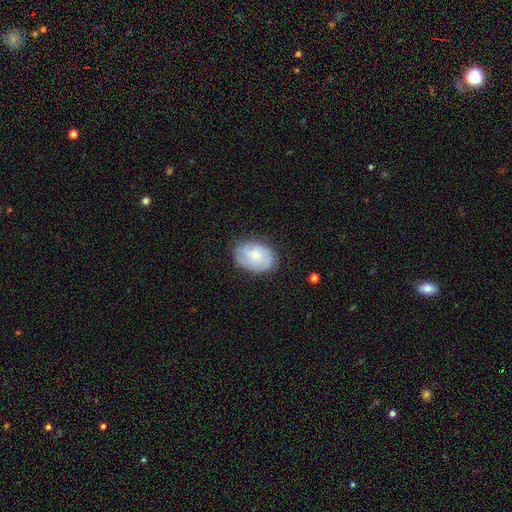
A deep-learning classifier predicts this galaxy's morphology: Smooth or featured? featured or disk (49%)
Merging? none (76%)